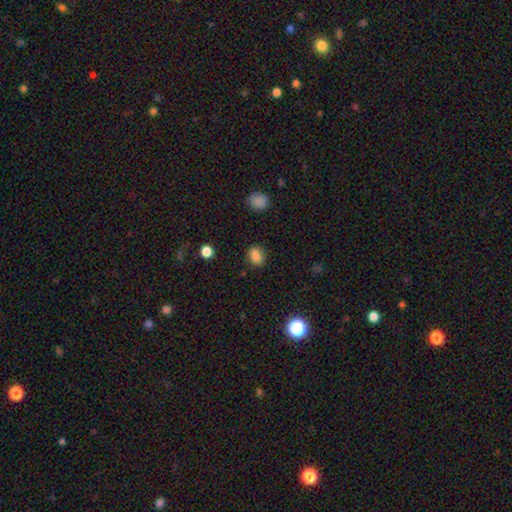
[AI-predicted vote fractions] Smooth or featured? Predicted: smooth (p=0.83). How rounded? Predicted: in between (p=0.62). Merging? Predicted: none (p=0.82).